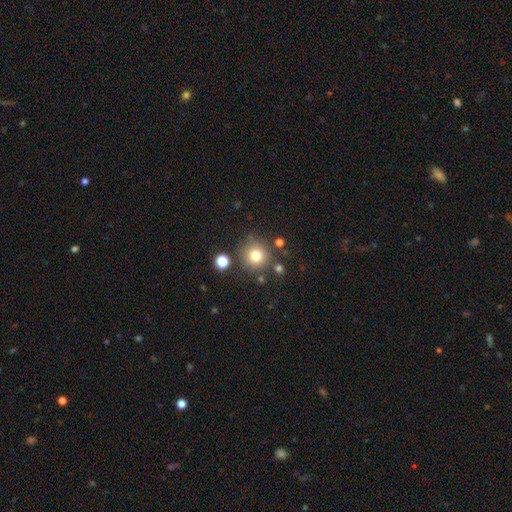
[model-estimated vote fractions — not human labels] smooth-or-featured: smooth: 78% | star or artifact: 14% | featured or disk: 9%
  how-rounded: round: 94% | in between: 5% | cigar-shaped: 1%
  merging: none: 81% | minor disturbance: 9% | merger: 6% | major disturbance: 4%